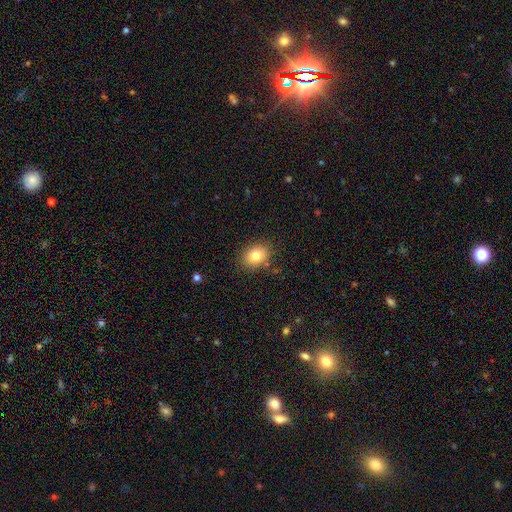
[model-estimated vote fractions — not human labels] Smooth or featured: smooth — 79% (featured or disk — 11%)
How rounded: in between — 67% (round — 32%)
Merging: none — 83% (minor disturbance — 12%)